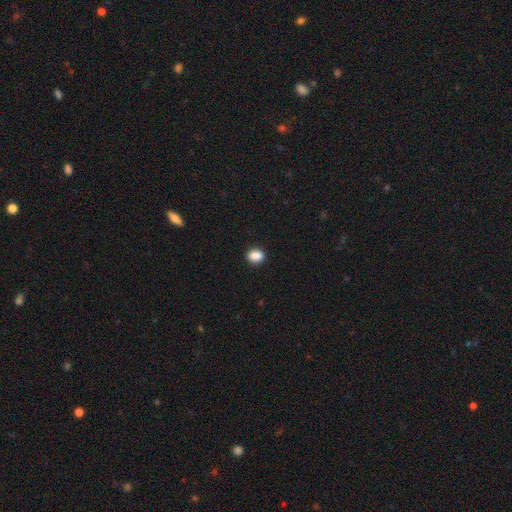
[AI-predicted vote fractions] smooth_or_featured: smooth (p=0.88) [alt: star or artifact p=0.09]
how_rounded: in between (p=0.54) [alt: round p=0.45]
merging: none (p=0.90) [alt: minor disturbance p=0.07]